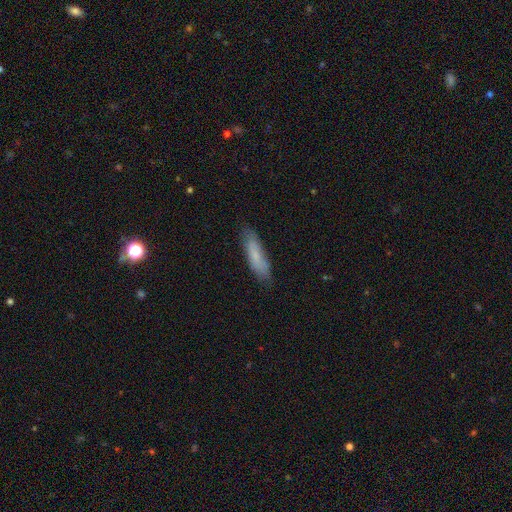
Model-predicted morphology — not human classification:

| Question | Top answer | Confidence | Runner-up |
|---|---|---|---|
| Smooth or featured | smooth | 75% | featured or disk (19%) |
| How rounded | cigar-shaped | 69% | in between (30%) |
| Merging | none | 78% | minor disturbance (17%) |